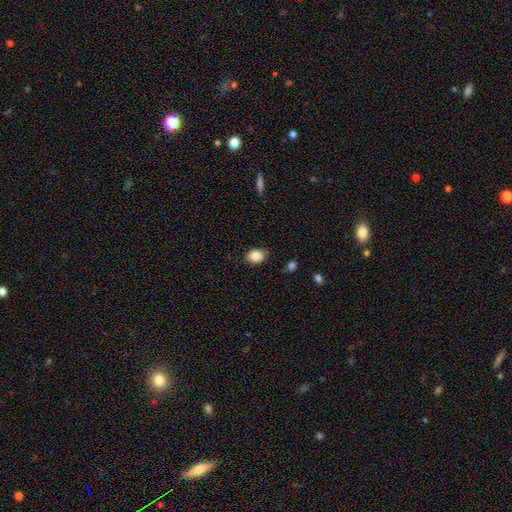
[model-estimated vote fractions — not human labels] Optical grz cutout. It shows a smooth galaxy with no disk features (87%) that is in between round and cigar-shaped (68%). Merging: none (83%).